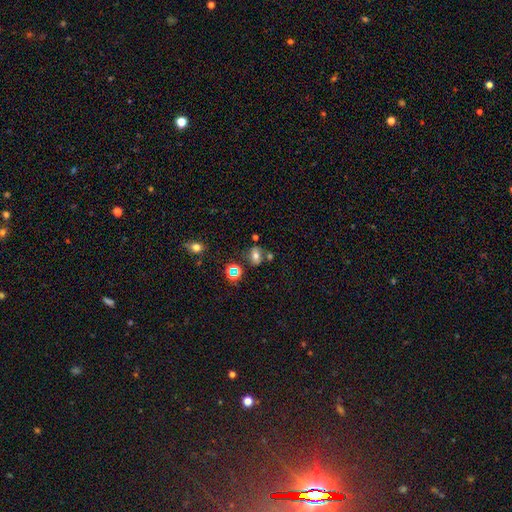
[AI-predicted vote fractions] Smooth or featured? smooth (60%)
How rounded? in between (63%)
Merging? none (64%)